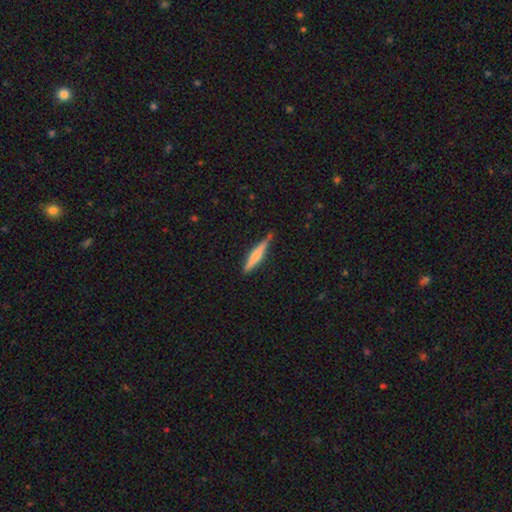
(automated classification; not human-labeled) Smooth or featured? Predicted: smooth (p=0.52). How rounded? Predicted: cigar-shaped (p=0.90). Merging? Predicted: none (p=0.78).